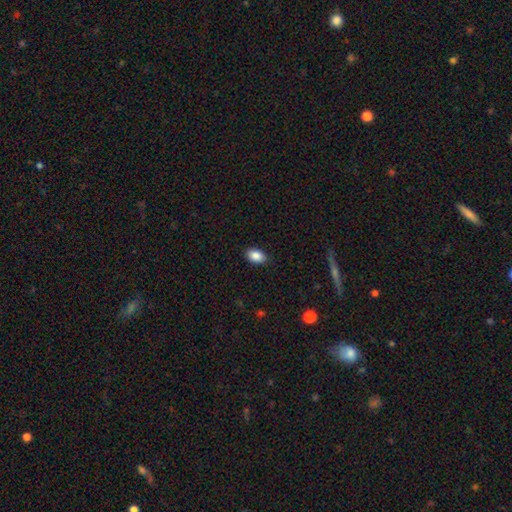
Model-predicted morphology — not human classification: Overall: smooth (88%). How rounded: in between (89%). Merging: none (88%).